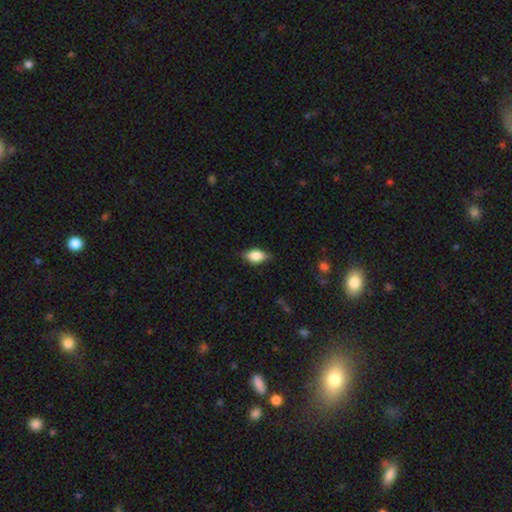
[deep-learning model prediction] Morphology: type=smooth (76%); roundness=in between (86%); merging=none (76%).